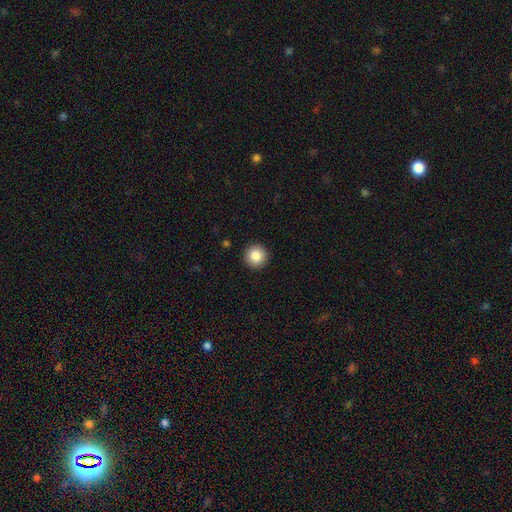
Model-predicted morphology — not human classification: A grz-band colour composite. It shows a smooth galaxy with no disk features (86%) that is round (96%). Merging: none (93%).